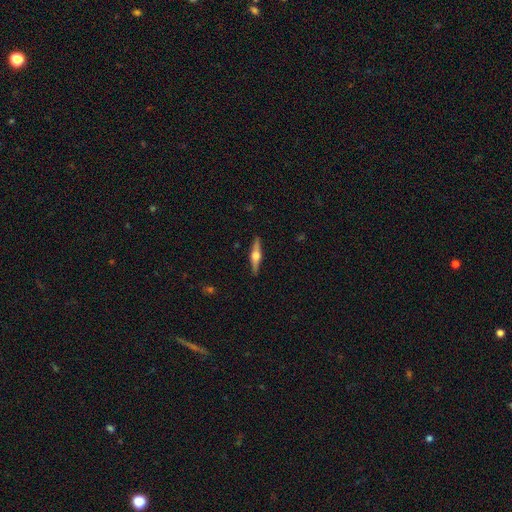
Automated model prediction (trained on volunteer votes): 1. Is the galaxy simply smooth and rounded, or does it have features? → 73% featured or disk, 21% smooth, 6% star or artifact.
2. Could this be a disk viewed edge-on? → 98% yes, 2% no.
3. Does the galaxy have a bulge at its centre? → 93% rounded, 5% boxy, 2% none.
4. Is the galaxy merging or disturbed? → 91% none, 7% minor disturbance, 1% major disturbance, 1% merger.